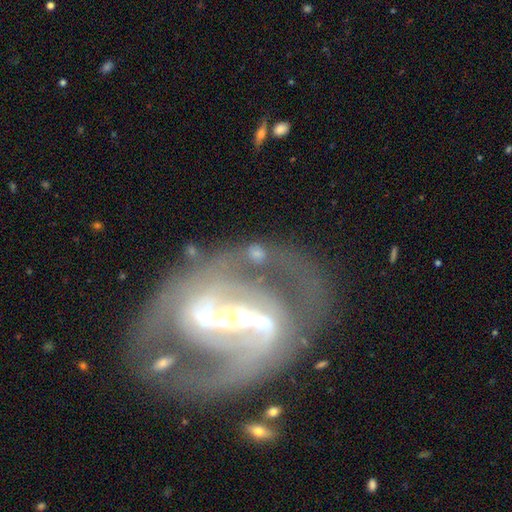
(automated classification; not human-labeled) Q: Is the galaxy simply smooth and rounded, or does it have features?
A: featured or disk — 88%.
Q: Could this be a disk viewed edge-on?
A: no — 96%.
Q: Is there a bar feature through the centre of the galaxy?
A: strong — 79%.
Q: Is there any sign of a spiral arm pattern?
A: yes — 93%.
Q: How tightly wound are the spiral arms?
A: medium — 49%.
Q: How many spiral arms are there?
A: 2 — 84%.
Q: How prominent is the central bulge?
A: small — 50%.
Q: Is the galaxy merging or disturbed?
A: none — 56%.